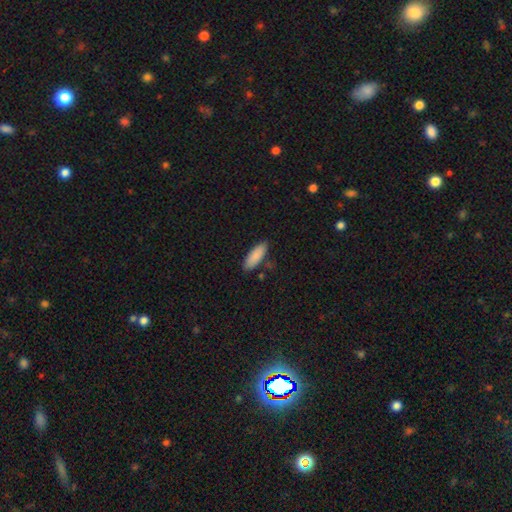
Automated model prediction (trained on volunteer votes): Q: Smooth or featured?
A: smooth (88%); runner-up: featured or disk (7%)
Q: How rounded?
A: in between (67%); runner-up: cigar-shaped (31%)
Q: Merging?
A: none (81%); runner-up: minor disturbance (13%)